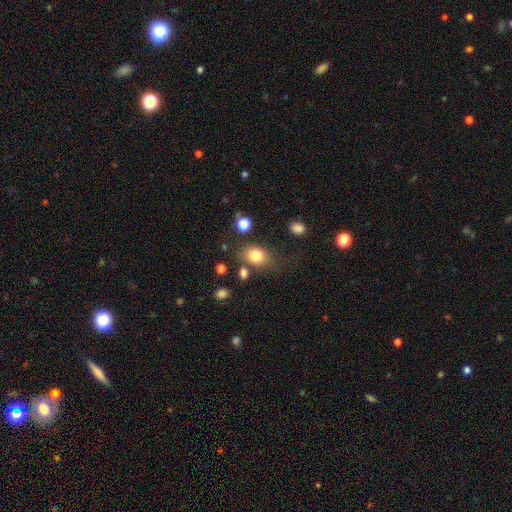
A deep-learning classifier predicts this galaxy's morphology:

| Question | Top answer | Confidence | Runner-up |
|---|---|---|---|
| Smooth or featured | smooth | 80% | featured or disk (10%) |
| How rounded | in between | 73% | round (26%) |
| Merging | none | 71% | minor disturbance (16%) |